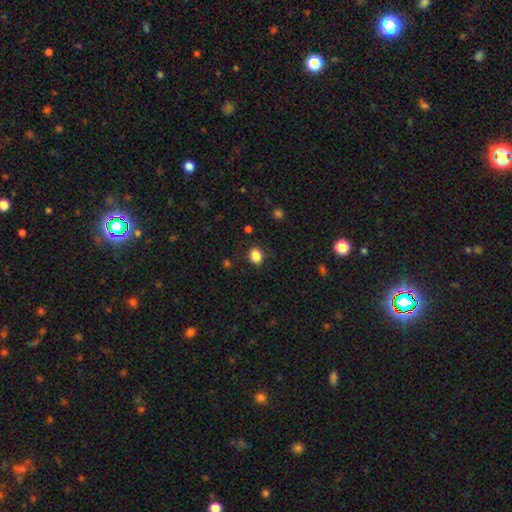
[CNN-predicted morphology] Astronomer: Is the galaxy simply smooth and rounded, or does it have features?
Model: smooth — 86%.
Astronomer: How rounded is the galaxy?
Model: in between — 54% (runner-up: round, 45%).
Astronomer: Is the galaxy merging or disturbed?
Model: none — 86%.